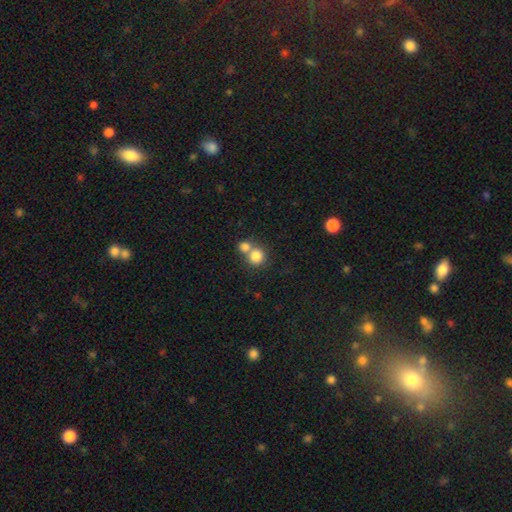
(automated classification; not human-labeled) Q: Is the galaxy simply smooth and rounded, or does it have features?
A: smooth — 82%.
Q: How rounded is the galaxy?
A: round — 87%.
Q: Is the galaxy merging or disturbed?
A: merger — 50%.